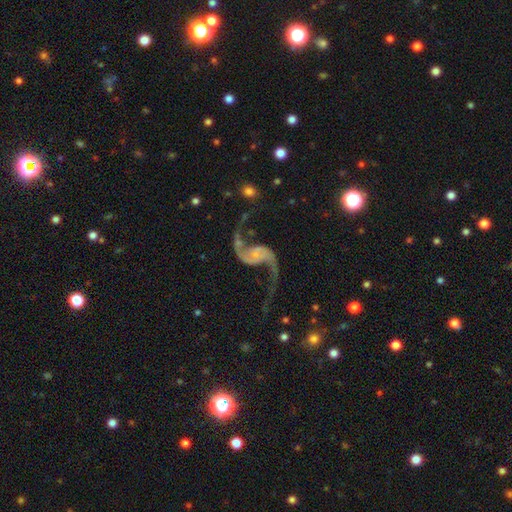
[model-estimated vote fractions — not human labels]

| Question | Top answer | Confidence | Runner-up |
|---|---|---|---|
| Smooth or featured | featured or disk | 92% | star or artifact (4%) |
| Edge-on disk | no | 98% | yes (2%) |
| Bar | no | 58% | weak (29%) |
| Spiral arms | yes | 97% | no (3%) |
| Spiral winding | loose | 90% | medium (8%) |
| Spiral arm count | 2 | 94% | 1 (2%) |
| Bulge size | small | 44% | none (41%) |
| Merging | none | 65% | major disturbance (16%) |